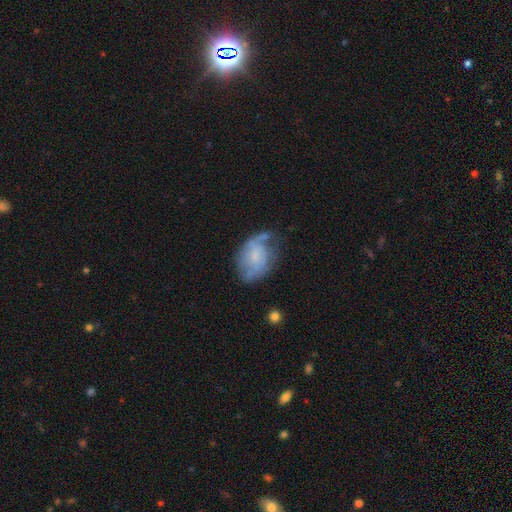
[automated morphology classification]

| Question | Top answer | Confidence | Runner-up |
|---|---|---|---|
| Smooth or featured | featured or disk | 56% | smooth (36%) |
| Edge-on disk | no | 97% | yes (3%) |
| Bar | no | 66% | weak (29%) |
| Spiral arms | yes | 75% | no (25%) |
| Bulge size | small | 52% | none (23%) |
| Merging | none | 42% | minor disturbance (32%) |